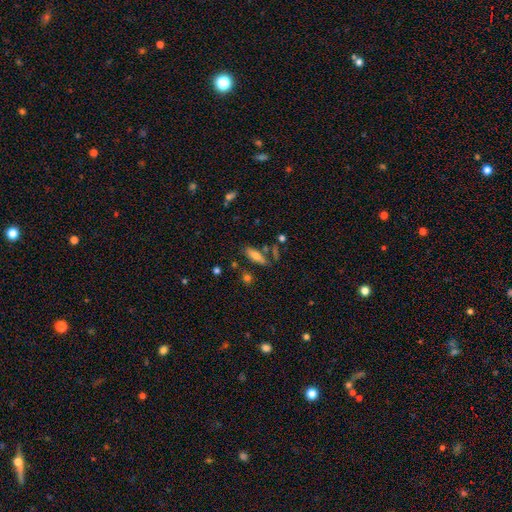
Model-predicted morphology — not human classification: smooth-or-featured: smooth: 70% | featured or disk: 21% | star or artifact: 8%
  how-rounded: in between: 61% | cigar-shaped: 36% | round: 3%
  merging: none: 70% | minor disturbance: 16% | merger: 9% | major disturbance: 5%